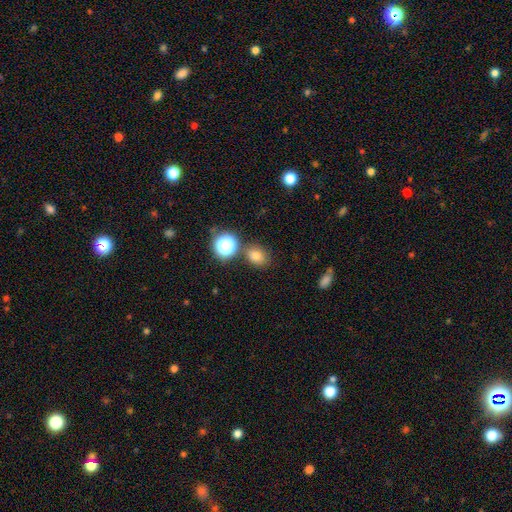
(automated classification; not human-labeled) Smooth or featured?
  - smooth: 74% *
  - star or artifact: 18%
  - featured or disk: 7%
How rounded?
  - round: 57% *
  - in between: 42%
  - cigar-shaped: 1%
Merging?
  - none: 75% *
  - minor disturbance: 12%
  - merger: 9%
  - major disturbance: 4%